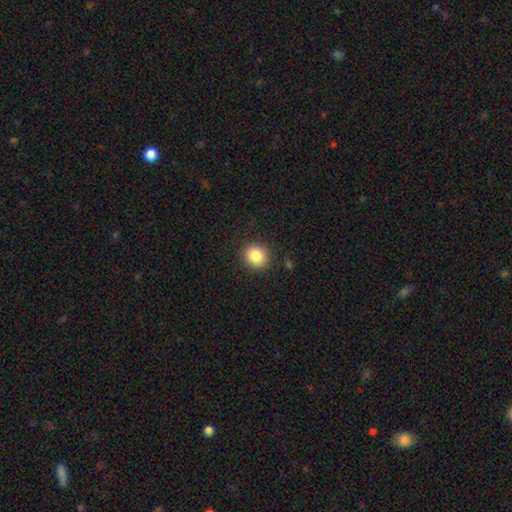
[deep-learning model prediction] A smooth galaxy with no disk features (85%) that is round (85%).

Vote fractions:
- Smooth or featured? smooth: 85% / star or artifact: 10% / featured or disk: 5%
- How rounded? round: 85% / in between: 14% / cigar-shaped: 1%
- Merging? none: 89% / minor disturbance: 7% / major disturbance: 2% / merger: 1%